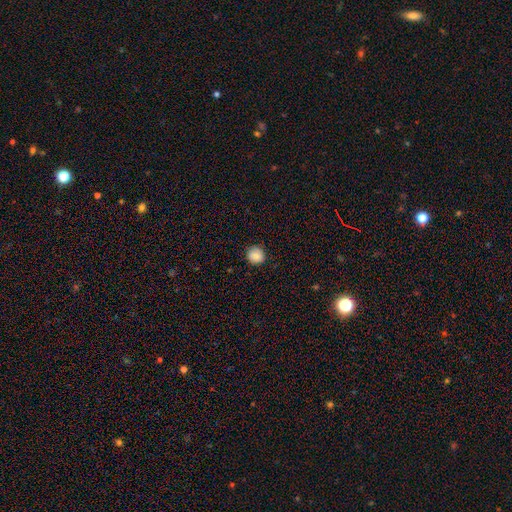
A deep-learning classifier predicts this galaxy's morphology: A smooth galaxy with no disk features (87%) that is round (93%).

Vote fractions:
- Smooth or featured? smooth: 87% / star or artifact: 9% / featured or disk: 5%
- How rounded? round: 93% / in between: 6% / cigar-shaped: 1%
- Merging? none: 90% / minor disturbance: 7% / major disturbance: 2% / merger: 1%